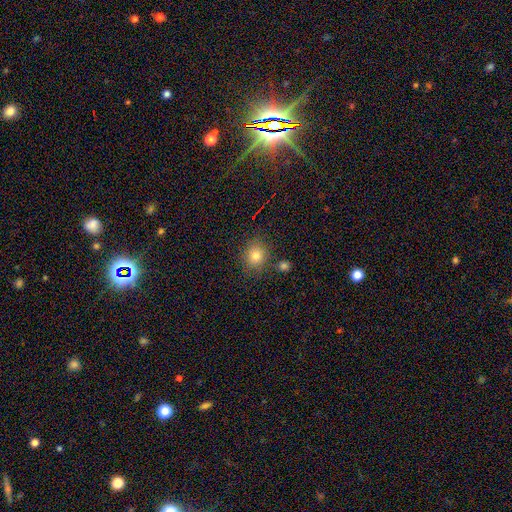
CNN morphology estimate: smooth 79%, star or artifact 13%, featured or disk 8%. Down the decision tree: how rounded — round (76%); merging — none (79%).